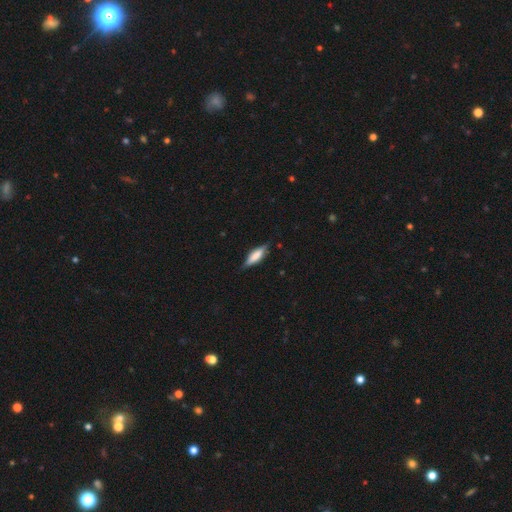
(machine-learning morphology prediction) Smooth or featured?
  - smooth: 64% *
  - featured or disk: 30%
  - star or artifact: 7%
How rounded?
  - cigar-shaped: 51% *
  - in between: 47%
  - round: 2%
Merging?
  - none: 79% *
  - minor disturbance: 17%
  - major disturbance: 3%
  - merger: 1%